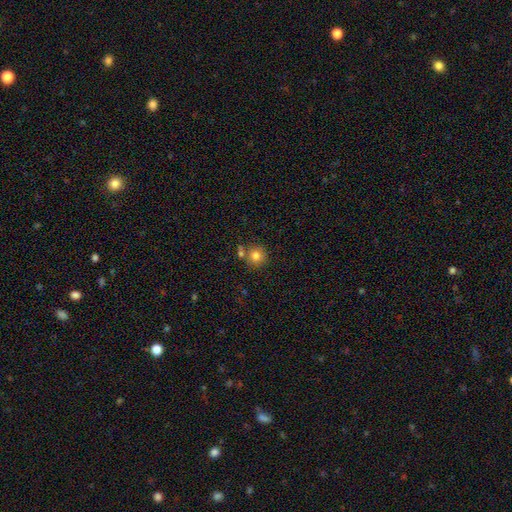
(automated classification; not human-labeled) Smooth or featured? Predicted: smooth (p=0.80). How rounded? Predicted: round (p=0.92). Merging? Predicted: none (p=0.68).